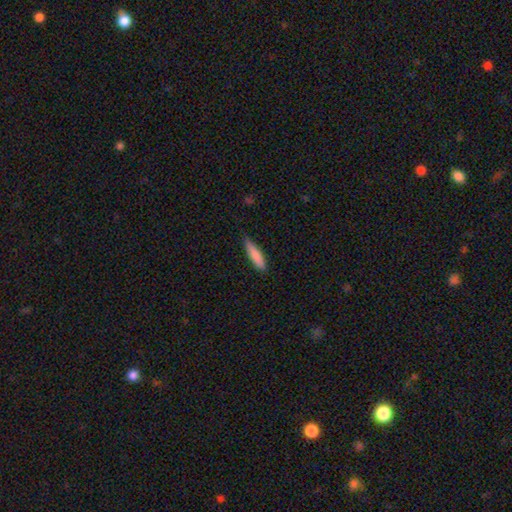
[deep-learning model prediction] This appears to be a smooth galaxy with no disk features (84%) that is cigar-shaped (79%). Merging: none (79%).